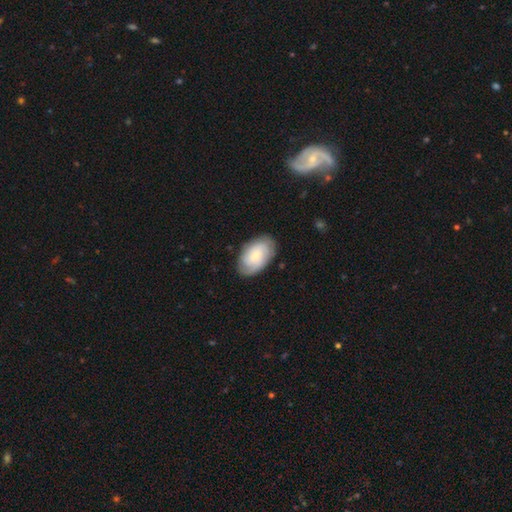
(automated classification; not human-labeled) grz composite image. It shows a smooth galaxy with no disk features (47%). Merging: none (81%).